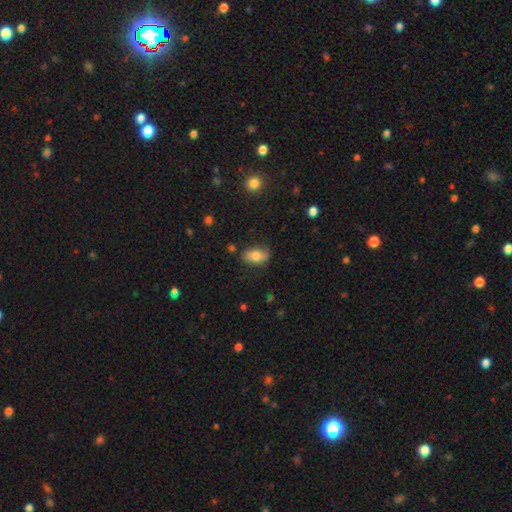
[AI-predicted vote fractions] Morphology: type=smooth (73%); roundness=in between (89%); merging=none (75%).